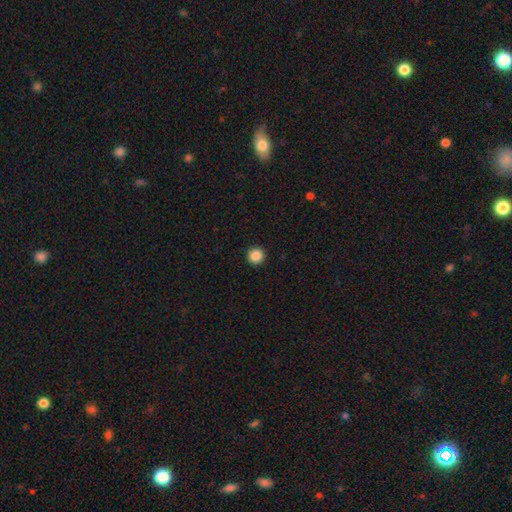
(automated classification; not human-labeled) smooth_or_featured: smooth (p=0.87) [alt: star or artifact p=0.10]
how_rounded: round (p=0.96) [alt: in between p=0.03]
merging: none (p=0.94) [alt: minor disturbance p=0.04]